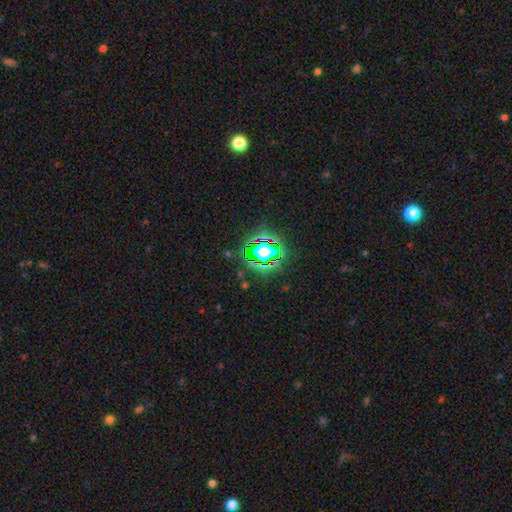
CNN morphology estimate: Smooth or featured? Predicted: star or artifact (p=0.74).